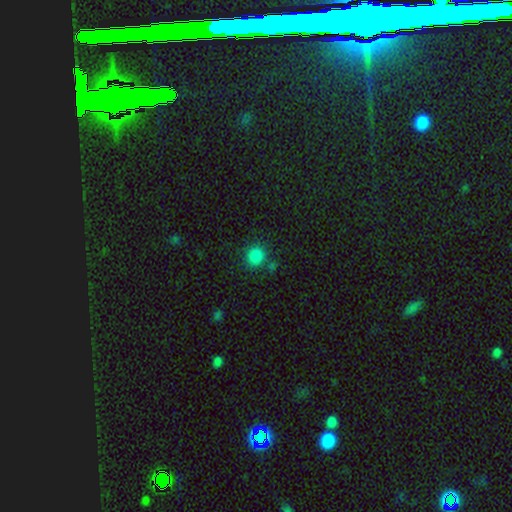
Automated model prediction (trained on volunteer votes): This is clearly a smooth galaxy (84%). How rounded: clearly round (82%). Merging: clearly none (81%).